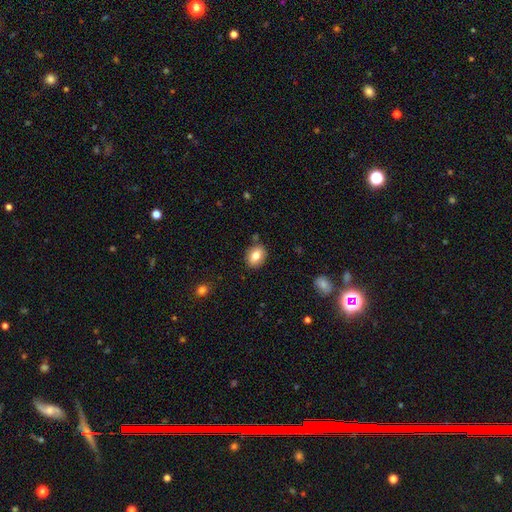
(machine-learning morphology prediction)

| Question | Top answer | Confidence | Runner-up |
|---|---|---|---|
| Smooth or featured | smooth | 78% | featured or disk (13%) |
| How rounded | in between | 56% | round (43%) |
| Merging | none | 85% | minor disturbance (10%) |